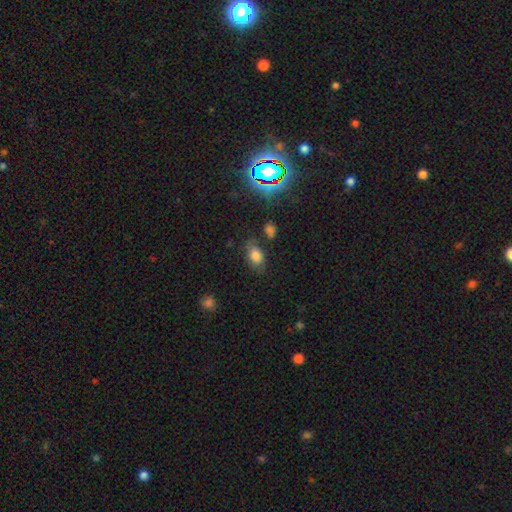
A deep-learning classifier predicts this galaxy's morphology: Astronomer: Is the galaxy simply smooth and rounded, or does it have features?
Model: smooth — 74%.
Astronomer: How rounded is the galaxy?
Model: in between — 86%.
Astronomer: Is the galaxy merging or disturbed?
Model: none — 68%.